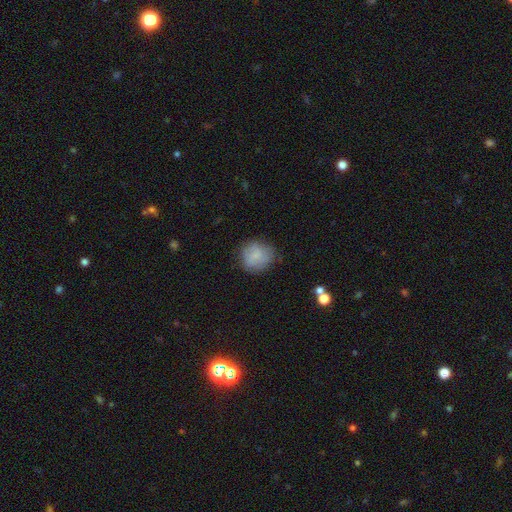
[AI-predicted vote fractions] Q: Smooth or featured?
A: smooth (77%); runner-up: featured or disk (15%)
Q: How rounded?
A: round (83%); runner-up: in between (16%)
Q: Merging?
A: none (70%); runner-up: minor disturbance (22%)